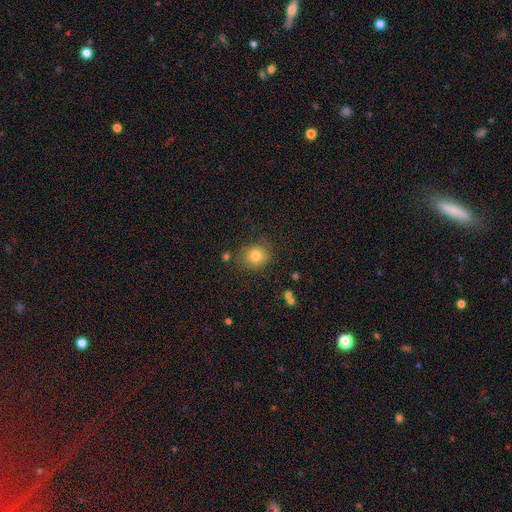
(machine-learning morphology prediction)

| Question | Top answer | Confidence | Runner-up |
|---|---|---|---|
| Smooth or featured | smooth | 78% | star or artifact (12%) |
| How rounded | round | 77% | in between (22%) |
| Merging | none | 79% | minor disturbance (14%) |